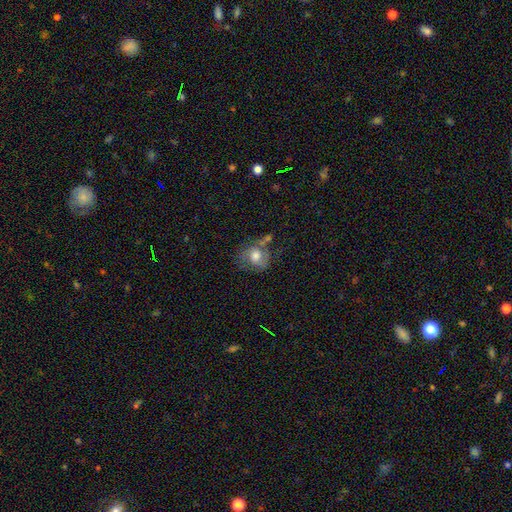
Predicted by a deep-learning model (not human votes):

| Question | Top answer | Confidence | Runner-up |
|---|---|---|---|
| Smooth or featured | smooth | 60% | featured or disk (32%) |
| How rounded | round | 67% | in between (32%) |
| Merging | none | 45% | minor disturbance (25%) |